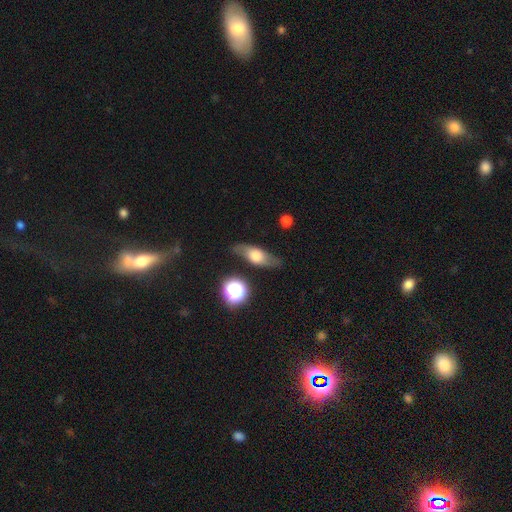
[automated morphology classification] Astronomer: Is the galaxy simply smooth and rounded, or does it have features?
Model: smooth — 48% (runner-up: featured or disk, 44%).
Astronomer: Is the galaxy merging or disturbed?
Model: none — 74%.